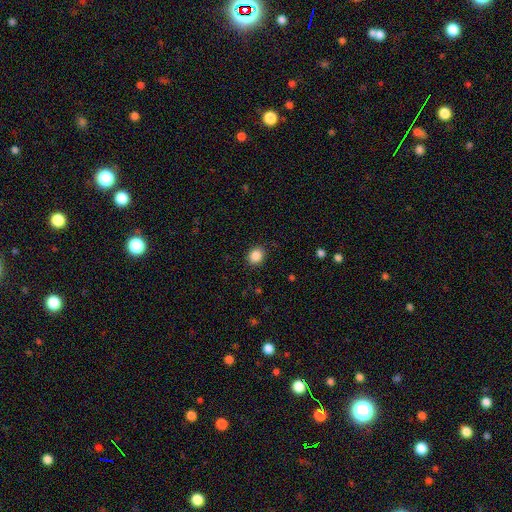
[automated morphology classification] This appears to be a smooth galaxy with no disk features (87%) that is round (65%). Merging: none (89%).